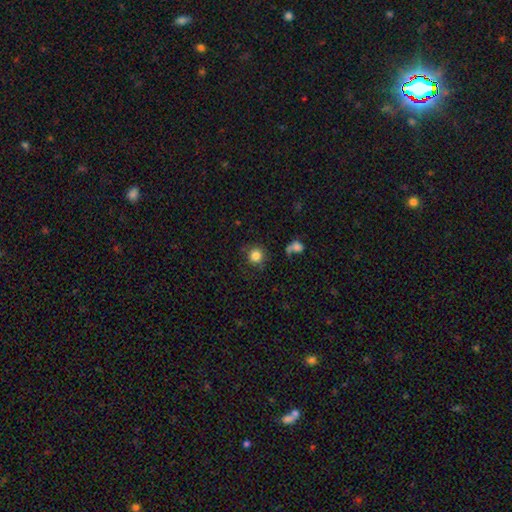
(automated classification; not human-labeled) A smooth galaxy with no disk features (83%) that is round (93%).

Vote fractions:
- Smooth or featured? smooth: 83% / star or artifact: 11% / featured or disk: 6%
- How rounded? round: 93% / in between: 6% / cigar-shaped: 1%
- Merging? none: 80% / minor disturbance: 11% / merger: 5% / major disturbance: 5%